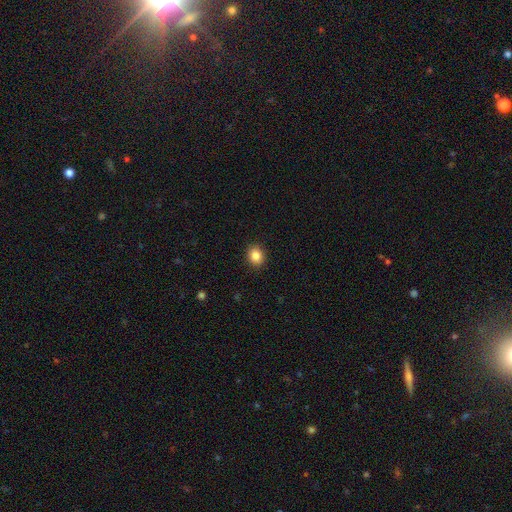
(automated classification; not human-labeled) This appears to be a smooth galaxy with no disk features (85%) that is round (67%). Merging: none (91%).